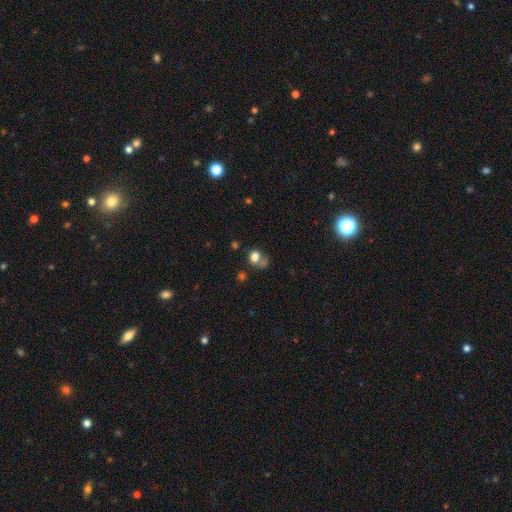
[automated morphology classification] Smooth or featured? smooth (74%)
How rounded? round (60%)
Merging? none (40%)